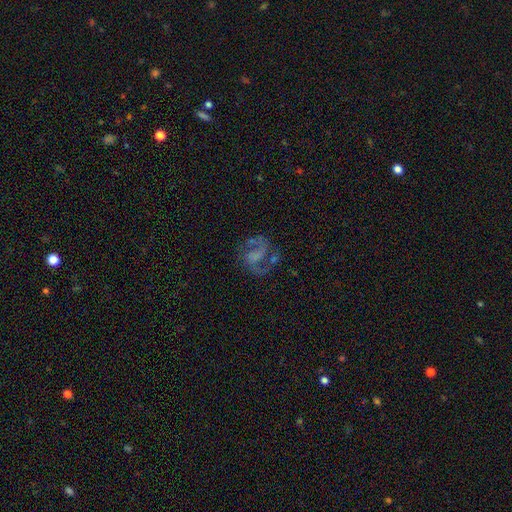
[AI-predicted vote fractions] smooth_or_featured: featured or disk (p=0.82) [alt: smooth p=0.09]
disk_edge_on: no (p=0.98) [alt: yes p=0.02]
bar: weak (p=0.46) [alt: no p=0.33]
has_spiral_arms: yes (p=0.94) [alt: no p=0.06]
spiral_winding: medium (p=0.56) [alt: loose p=0.31]
spiral_arm_count: 2 (p=0.89) [alt: 1 p=0.04]
bulge_size: none (p=0.58) [alt: small p=0.21]
merging: none (p=0.65) [alt: minor disturbance p=0.16]